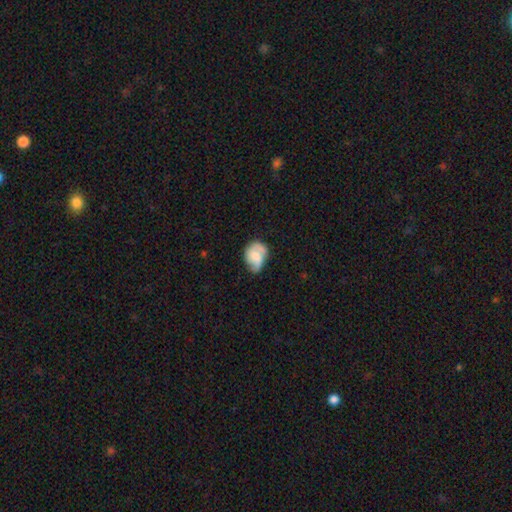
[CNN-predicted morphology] Smooth or featured?
  - featured or disk: 52% *
  - smooth: 41%
  - star or artifact: 7%
Edge-on disk?
  - no: 97% *
  - yes: 3%
Bar?
  - no: 60% *
  - weak: 33%
  - strong: 7%
Spiral arms?
  - yes: 85% *
  - no: 15%
Bulge size?
  - moderate: 31% *
  - small: 29%
  - none: 26%
  - large: 12%
  - dominant: 3%
Merging?
  - none: 48% *
  - minor disturbance: 33%
  - major disturbance: 17%
  - merger: 3%